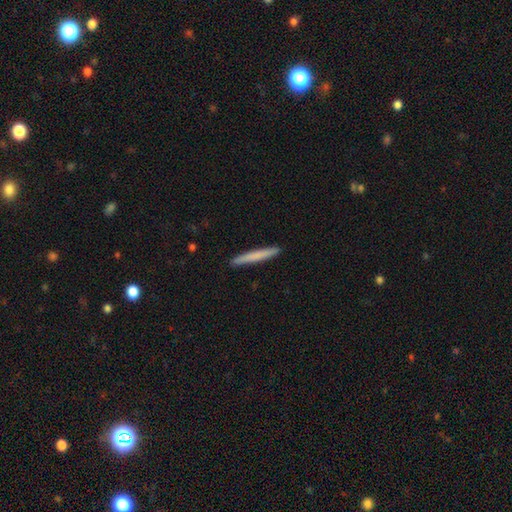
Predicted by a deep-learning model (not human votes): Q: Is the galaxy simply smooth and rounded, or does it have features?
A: smooth — 70%.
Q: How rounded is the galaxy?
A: cigar-shaped — 97%.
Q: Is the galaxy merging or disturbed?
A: none — 93%.